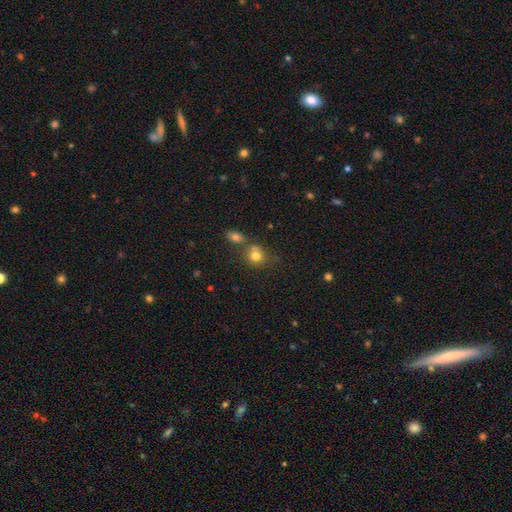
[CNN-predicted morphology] This is likely a smooth galaxy (78%). How rounded: likely round (73%). Merging: possibly none (55%).